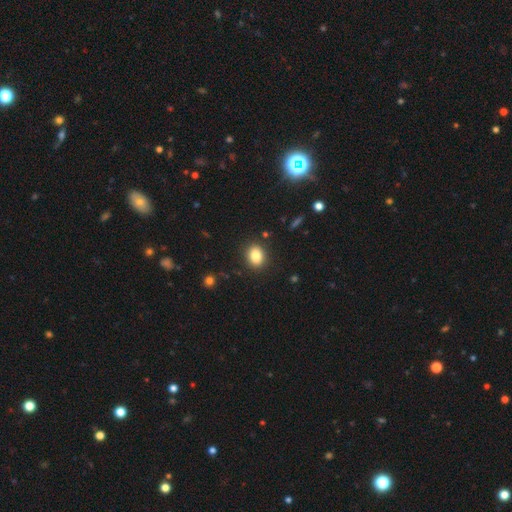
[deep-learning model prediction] Smooth or featured? smooth (83%)
How rounded? in between (51%)
Merging? none (89%)